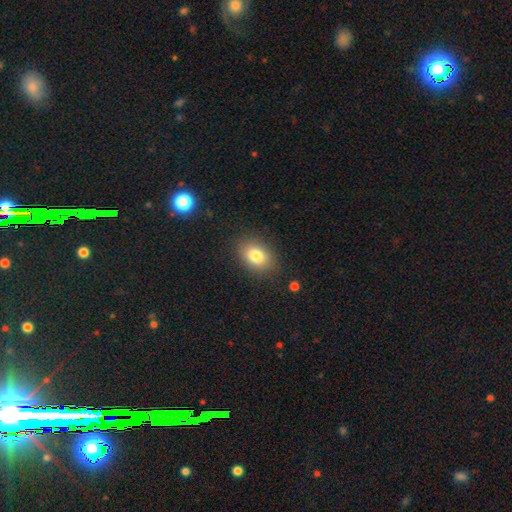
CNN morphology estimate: A smooth galaxy with no disk features (81%) that is in between round and cigar-shaped (76%). Merging: none (85%).